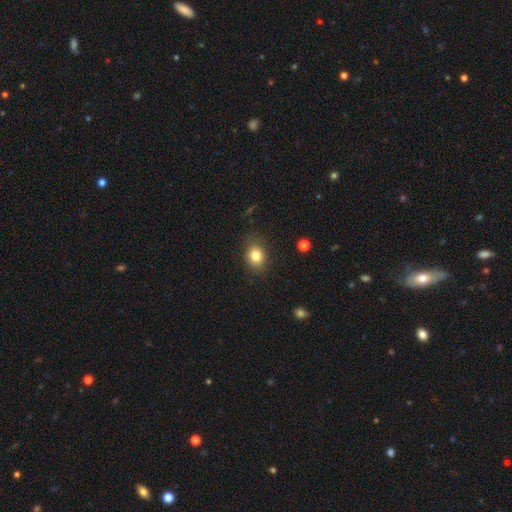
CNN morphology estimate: This appears to be a smooth galaxy with no disk features (82%) that is round (53%). Merging: none (83%).